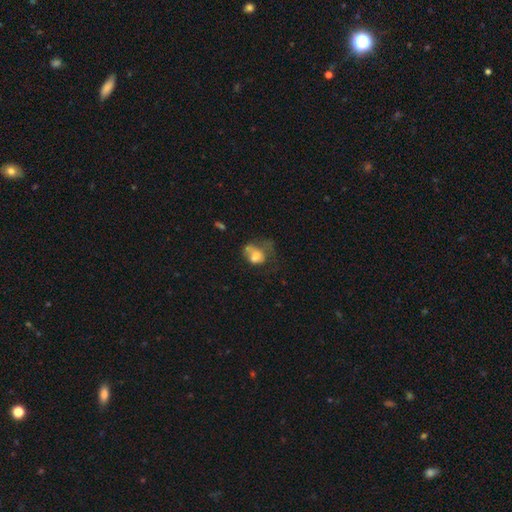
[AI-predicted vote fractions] This is possibly a smooth galaxy (60%). How rounded: likely in between (61%). Merging: marginally major disturbance (41%).